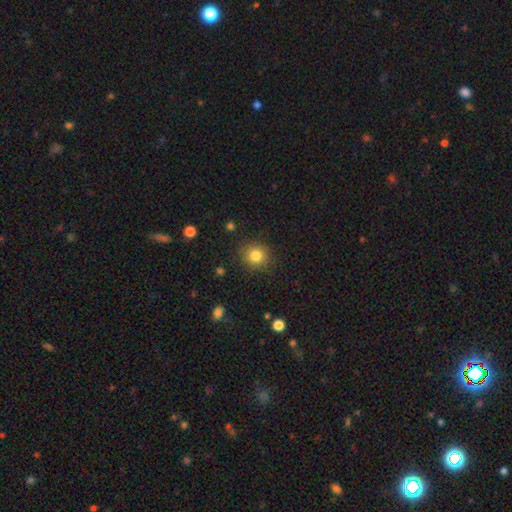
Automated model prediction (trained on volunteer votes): Overall: smooth (83%). How rounded: round (87%). Merging: none (87%).